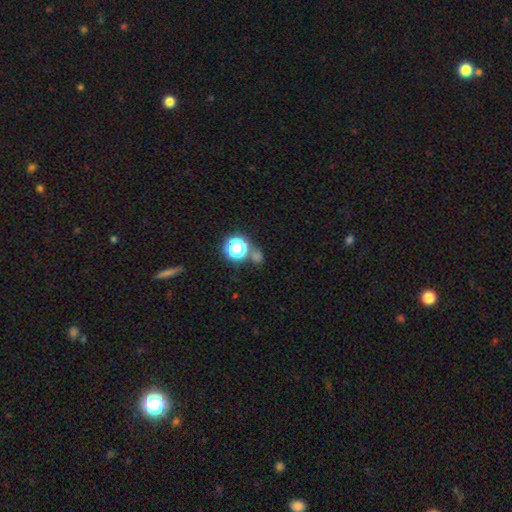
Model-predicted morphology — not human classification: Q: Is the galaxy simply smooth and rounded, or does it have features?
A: smooth — 49%.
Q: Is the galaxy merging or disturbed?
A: none — 67%.